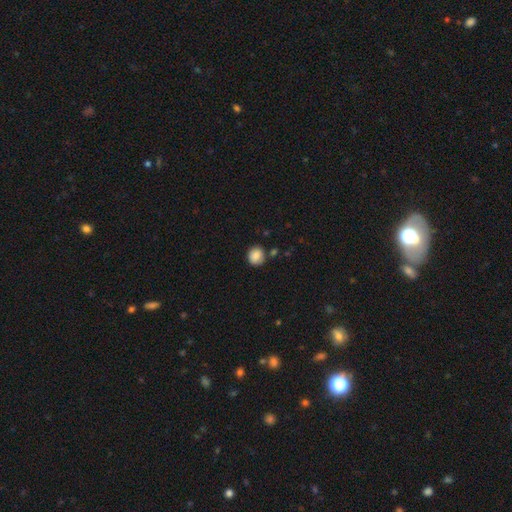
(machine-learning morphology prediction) Smooth or featured: smooth — 87% (star or artifact — 8%)
How rounded: round — 80% (in between — 19%)
Merging: none — 77% (minor disturbance — 13%)